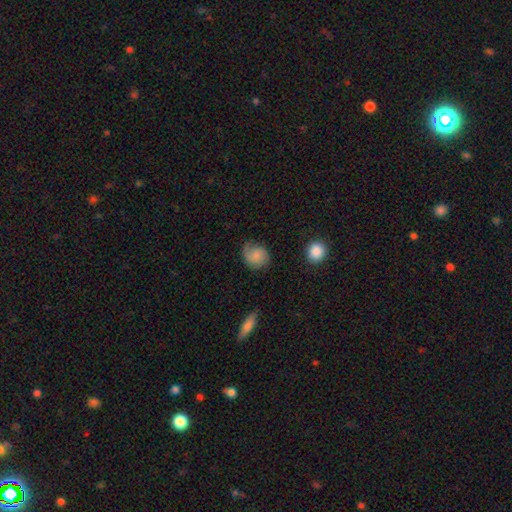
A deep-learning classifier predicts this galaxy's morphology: Smooth or featured: smooth — 65% (featured or disk — 27%)
How rounded: round — 69% (in between — 29%)
Merging: none — 57% (minor disturbance — 27%)